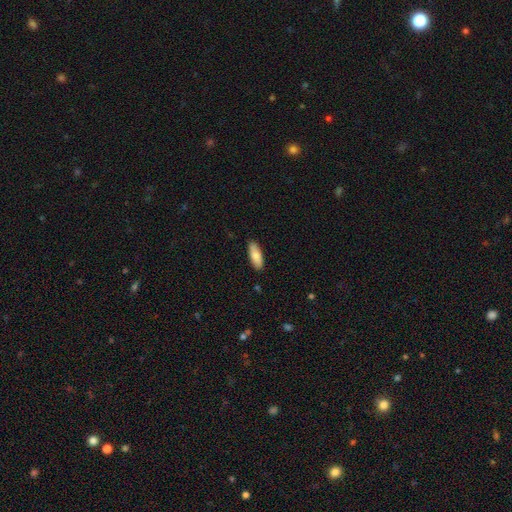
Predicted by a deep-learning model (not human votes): Smooth or featured?
  - smooth: 85% *
  - featured or disk: 10%
  - star or artifact: 6%
How rounded?
  - in between: 67% *
  - cigar-shaped: 32%
  - round: 2%
Merging?
  - none: 87% *
  - minor disturbance: 10%
  - major disturbance: 2%
  - merger: 1%